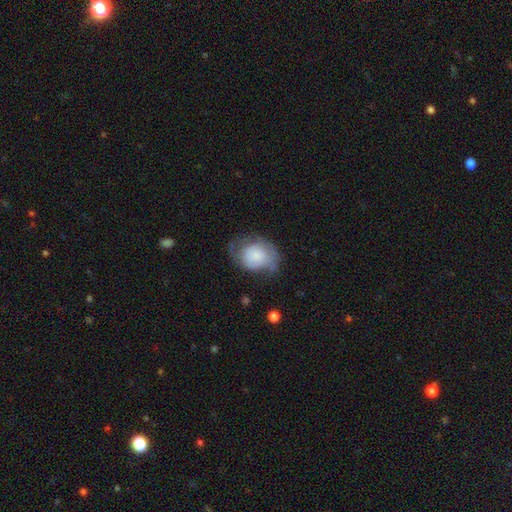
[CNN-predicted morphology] The model was most divided on "merging": none: 40%, minor disturbance: 33%, major disturbance: 24%, merger: 2%. More confident: smooth or featured — smooth (57%); how rounded — in between (54%).